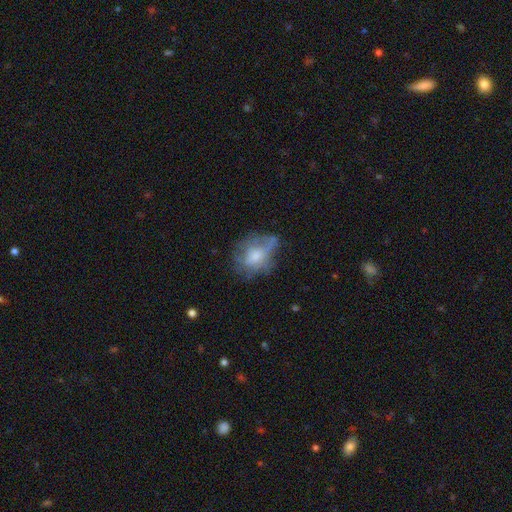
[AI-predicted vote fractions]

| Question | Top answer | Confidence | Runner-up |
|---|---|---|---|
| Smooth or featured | smooth | 49% | featured or disk (40%) |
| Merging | none | 39% | major disturbance (29%) |